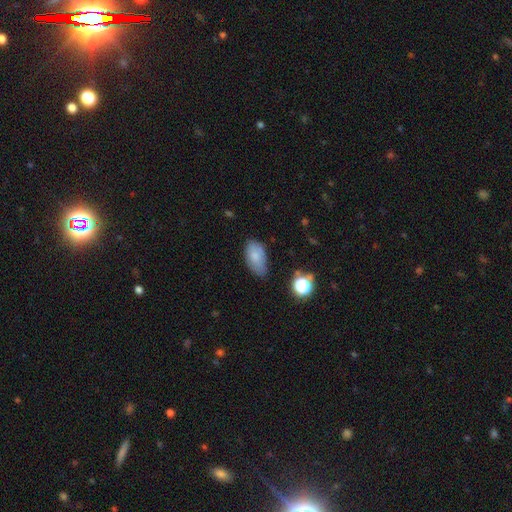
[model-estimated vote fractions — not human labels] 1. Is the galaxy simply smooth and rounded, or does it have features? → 78% smooth, 13% featured or disk, 9% star or artifact.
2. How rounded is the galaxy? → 92% in between, 6% round, 2% cigar-shaped.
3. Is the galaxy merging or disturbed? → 59% none, 31% minor disturbance, 7% major disturbance, 3% merger.